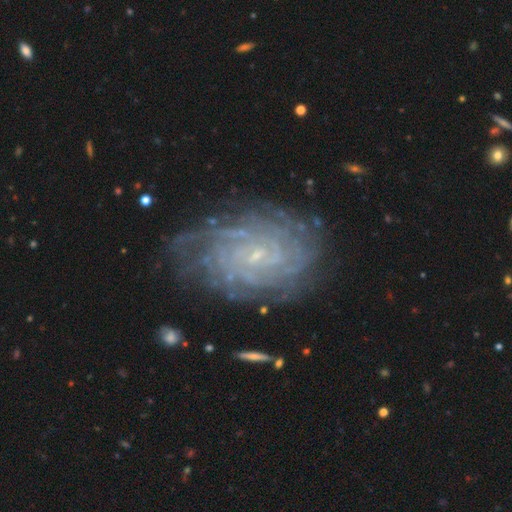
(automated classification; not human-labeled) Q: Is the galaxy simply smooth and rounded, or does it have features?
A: featured or disk — 85%.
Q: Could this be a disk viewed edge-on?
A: no — 97%.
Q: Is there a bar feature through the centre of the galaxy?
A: no — 60%.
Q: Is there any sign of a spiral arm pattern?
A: yes — 95%.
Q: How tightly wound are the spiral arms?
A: tight — 81%.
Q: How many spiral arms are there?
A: can't tell — 35%.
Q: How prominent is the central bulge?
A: small — 86%.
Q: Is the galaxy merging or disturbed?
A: none — 76%.